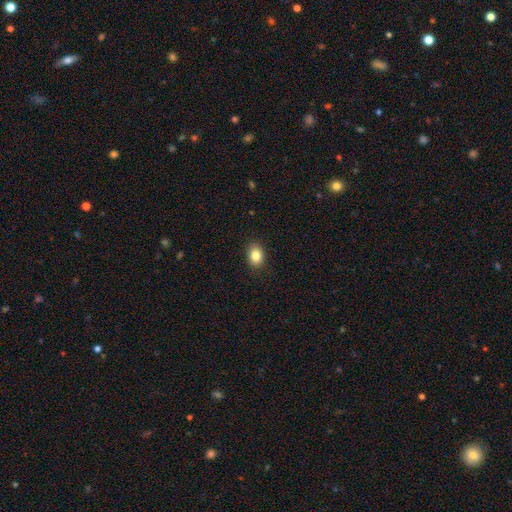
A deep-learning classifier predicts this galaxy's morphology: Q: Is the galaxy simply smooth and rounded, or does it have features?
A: smooth — 84%.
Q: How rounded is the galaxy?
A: in between — 71%.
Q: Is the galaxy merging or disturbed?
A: none — 89%.